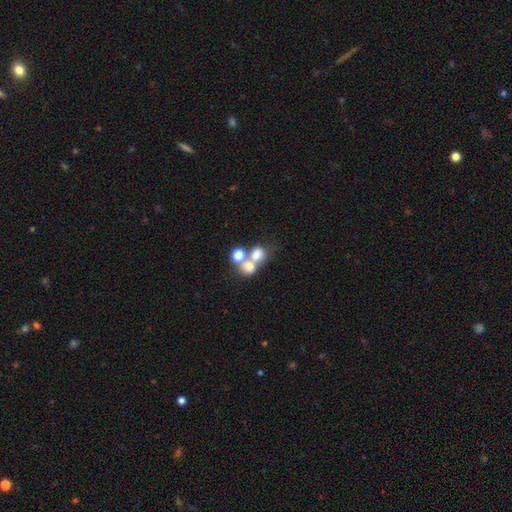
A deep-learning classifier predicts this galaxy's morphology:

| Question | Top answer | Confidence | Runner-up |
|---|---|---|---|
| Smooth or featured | smooth | 67% | featured or disk (17%) |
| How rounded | round | 75% | in between (24%) |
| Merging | merger | 55% | none (34%) |